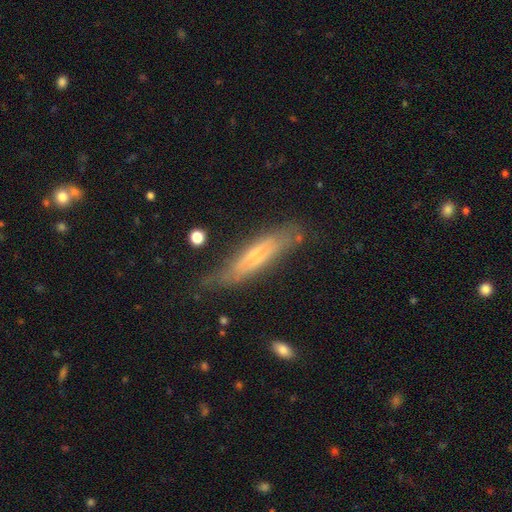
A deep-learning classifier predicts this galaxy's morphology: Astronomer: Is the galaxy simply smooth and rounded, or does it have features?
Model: featured or disk — 53% (runner-up: smooth, 40%).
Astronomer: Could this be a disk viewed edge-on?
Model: yes — 70%.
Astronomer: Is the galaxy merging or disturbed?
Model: none — 67%.